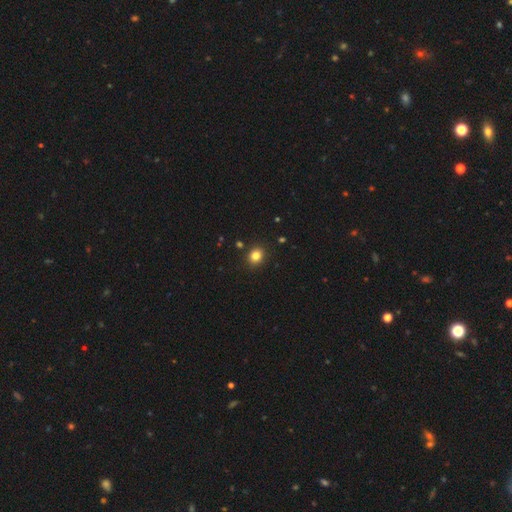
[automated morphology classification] smooth-or-featured: smooth: 82% | star or artifact: 12% | featured or disk: 6%
  how-rounded: round: 71% | in between: 28% | cigar-shaped: 1%
  merging: none: 89% | minor disturbance: 7% | major disturbance: 2% | merger: 2%